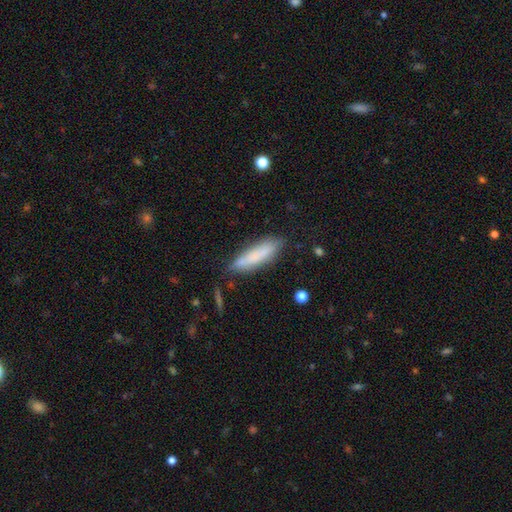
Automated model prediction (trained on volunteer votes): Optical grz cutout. It shows a smooth galaxy with no disk features (77%) that is cigar-shaped (71%). Merging: none (76%).